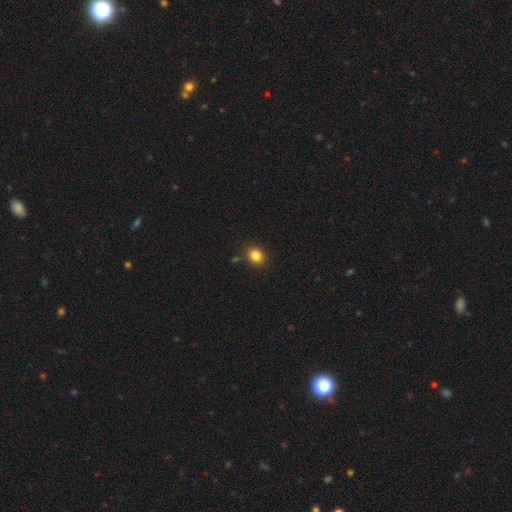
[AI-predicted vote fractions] Smooth or featured?
  - smooth: 84% *
  - star or artifact: 11%
  - featured or disk: 5%
How rounded?
  - round: 62% *
  - in between: 37%
  - cigar-shaped: 1%
Merging?
  - none: 87% *
  - minor disturbance: 8%
  - merger: 3%
  - major disturbance: 2%